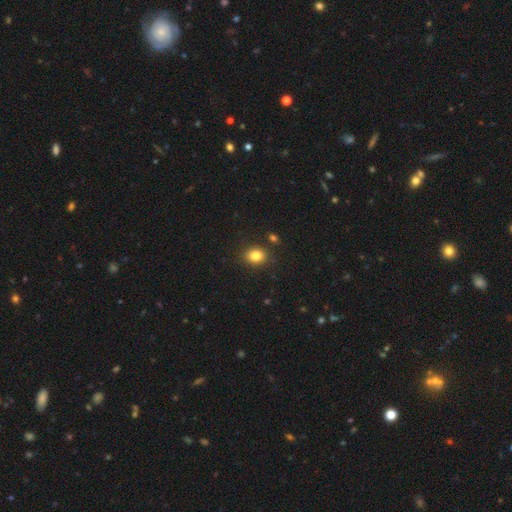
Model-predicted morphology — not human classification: The model was most divided on "how rounded": in between: 52%, round: 47%, cigar-shaped: 1%. More confident: merging — none (84%); smooth or featured — smooth (83%).